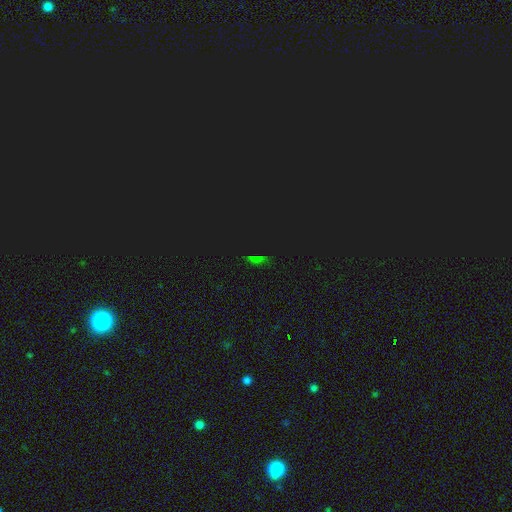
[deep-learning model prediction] smooth_or_featured: star or artifact (p=0.64) [alt: smooth p=0.27]